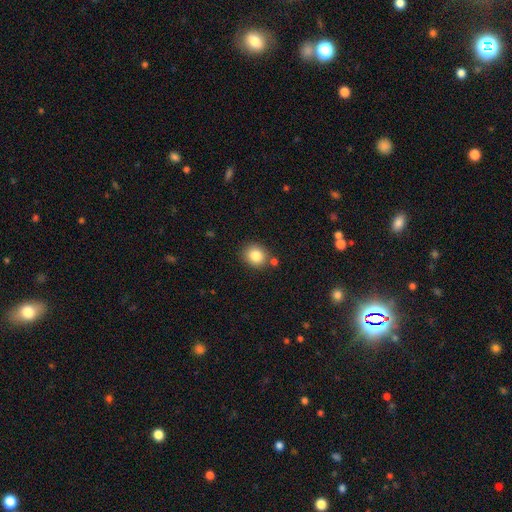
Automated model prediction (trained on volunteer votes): Morphology: type=smooth (84%); roundness=round (79%); merging=none (80%).